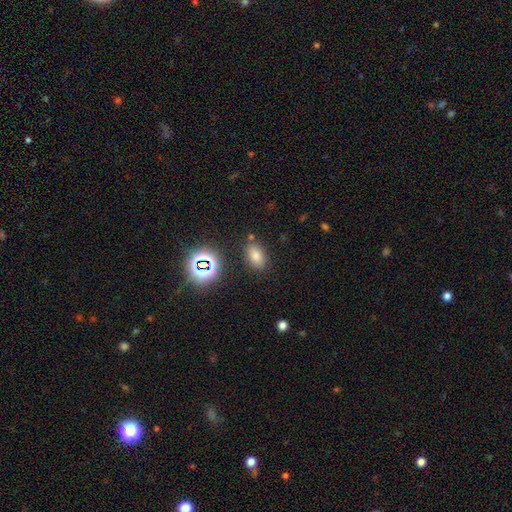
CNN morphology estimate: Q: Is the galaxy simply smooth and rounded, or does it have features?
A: smooth — 73%.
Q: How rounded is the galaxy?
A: in between — 85%.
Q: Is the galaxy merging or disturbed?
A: none — 81%.